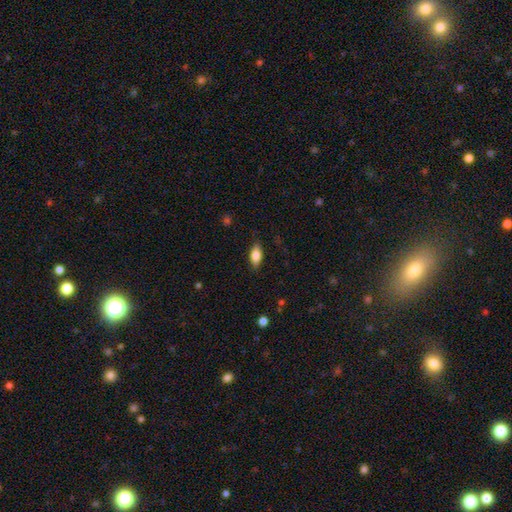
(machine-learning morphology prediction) This appears to be a smooth galaxy with no disk features (80%) that is in between round and cigar-shaped (83%). Merging: none (84%).